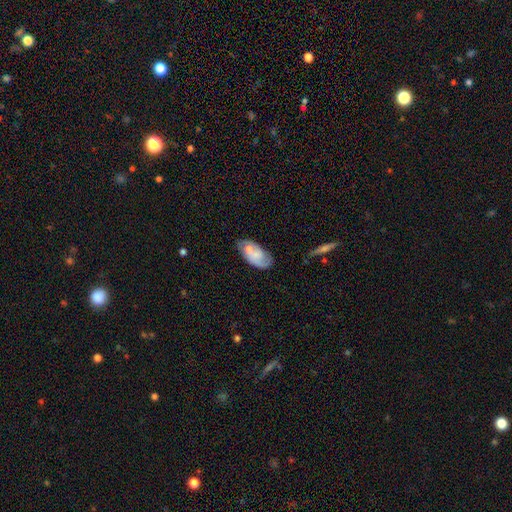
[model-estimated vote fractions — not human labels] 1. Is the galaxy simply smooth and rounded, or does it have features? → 50% smooth, 43% featured or disk, 7% star or artifact.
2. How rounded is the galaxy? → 92% in between, 4% round, 4% cigar-shaped.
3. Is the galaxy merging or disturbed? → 45% none, 26% minor disturbance, 19% merger, 10% major disturbance.